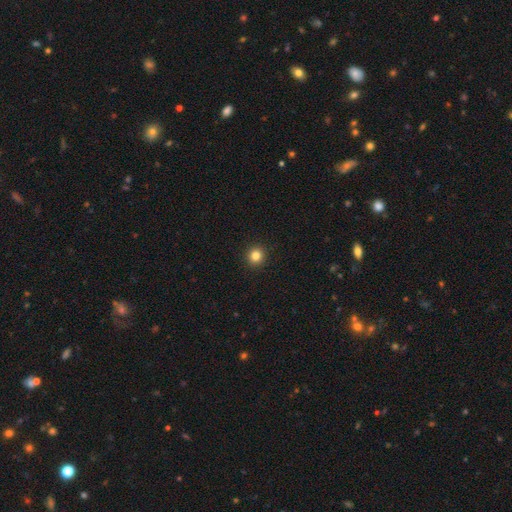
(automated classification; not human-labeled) This appears to be a smooth galaxy with no disk features (83%) that is round (93%). Merging: none (94%).